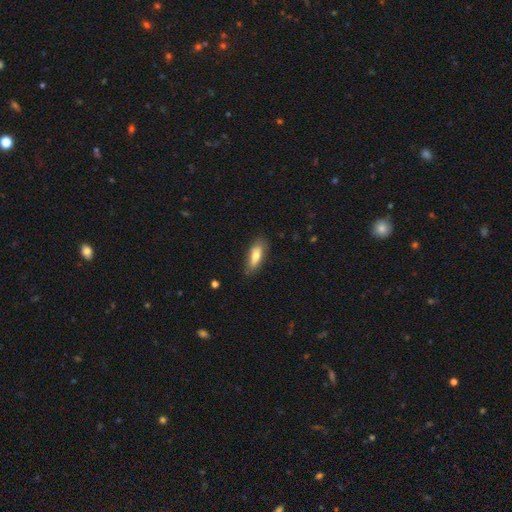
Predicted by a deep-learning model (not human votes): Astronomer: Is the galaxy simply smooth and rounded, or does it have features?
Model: smooth — 71%.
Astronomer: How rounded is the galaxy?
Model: in between — 62%.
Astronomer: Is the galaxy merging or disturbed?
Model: none — 76%.